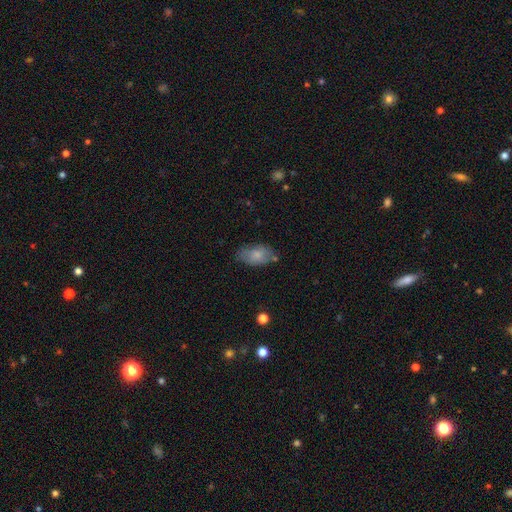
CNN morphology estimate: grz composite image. It shows a smooth galaxy with no disk features (76%) that is in between round and cigar-shaped (92%). Merging: none (65%).